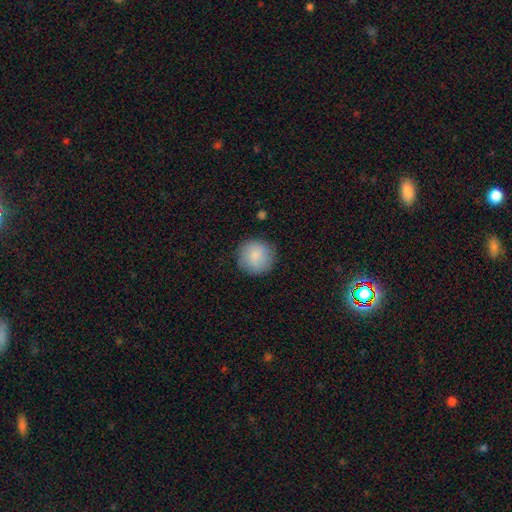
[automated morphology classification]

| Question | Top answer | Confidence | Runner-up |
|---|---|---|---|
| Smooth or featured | smooth | 86% | featured or disk (8%) |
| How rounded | round | 95% | in between (4%) |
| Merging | none | 87% | minor disturbance (10%) |